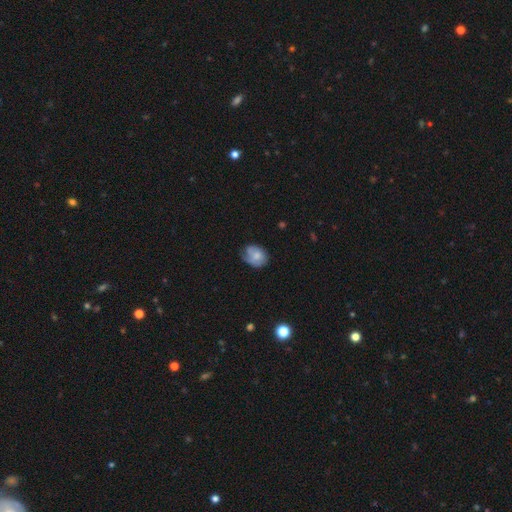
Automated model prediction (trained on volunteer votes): smooth_or_featured: smooth (p=0.57) [alt: featured or disk p=0.35]
how_rounded: in between (p=0.59) [alt: round p=0.39]
merging: none (p=0.50) [alt: minor disturbance p=0.32]